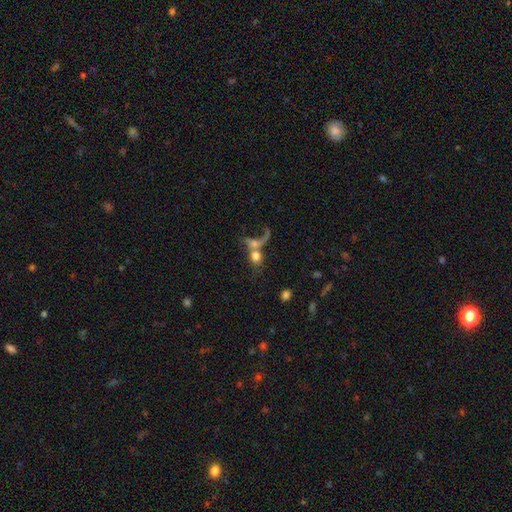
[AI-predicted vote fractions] Smooth or featured? smooth (59%)
How rounded? round (60%)
Merging? merger (60%)